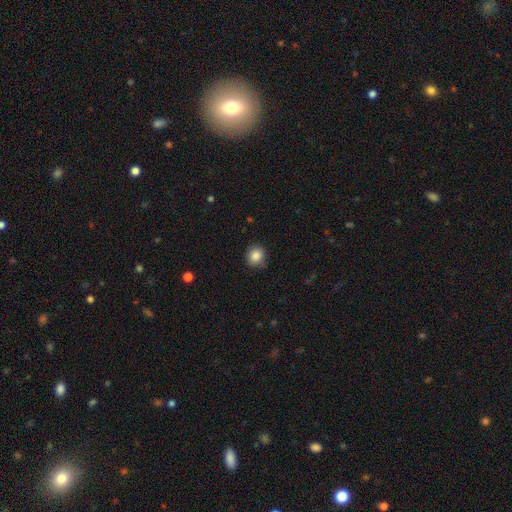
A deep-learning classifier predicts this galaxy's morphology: This appears to be a smooth galaxy with no disk features (86%) that is round (84%). Merging: none (82%).